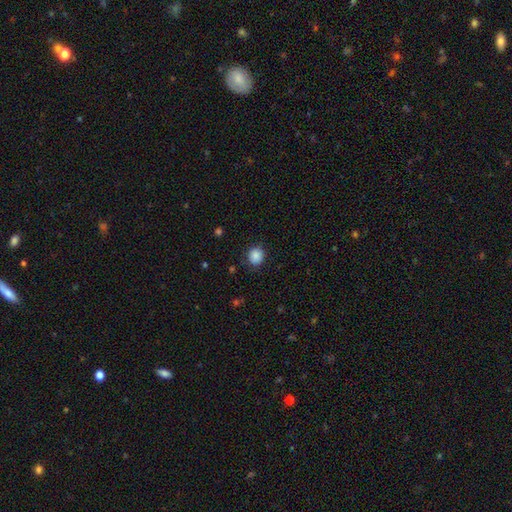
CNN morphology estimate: Smooth or featured? Predicted: smooth (p=0.87). How rounded? Predicted: round (p=0.84). Merging? Predicted: none (p=0.83).